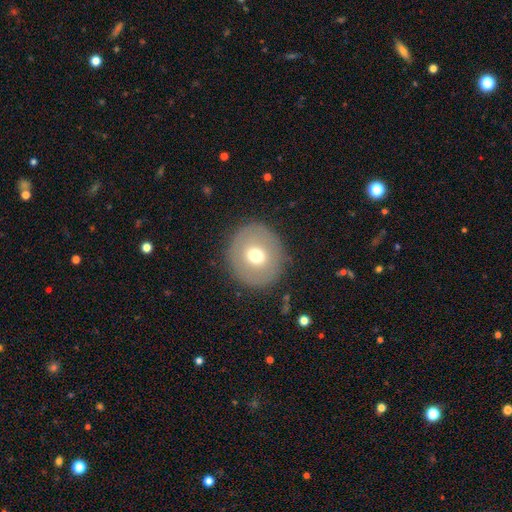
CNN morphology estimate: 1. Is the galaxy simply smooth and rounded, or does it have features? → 61% smooth, 29% featured or disk, 10% star or artifact.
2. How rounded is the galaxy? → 86% round, 13% in between, 1% cigar-shaped.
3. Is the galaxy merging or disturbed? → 86% none, 9% minor disturbance, 4% major disturbance, 1% merger.